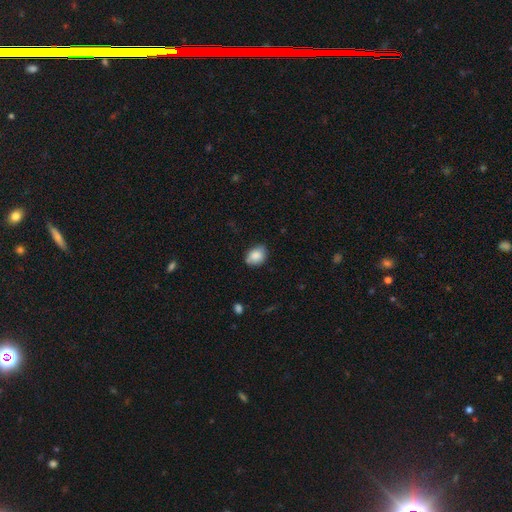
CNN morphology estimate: Q: Smooth or featured?
A: smooth (85%); runner-up: star or artifact (8%)
Q: How rounded?
A: in between (60%); runner-up: round (39%)
Q: Merging?
A: none (69%); runner-up: minor disturbance (24%)